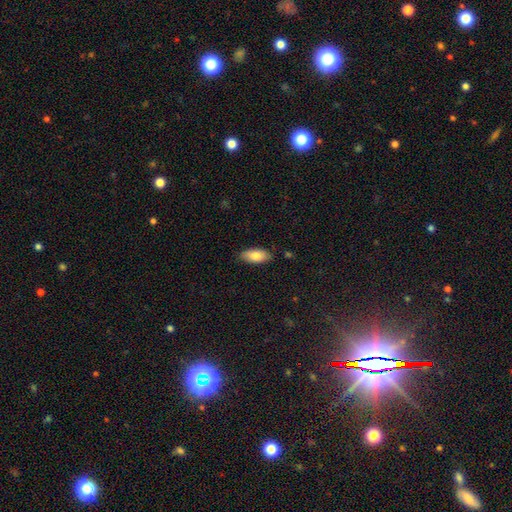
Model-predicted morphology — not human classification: A smooth galaxy with no disk features (84%) that is in between round and cigar-shaped (89%).

Vote fractions:
- Smooth or featured? smooth: 84% / featured or disk: 10% / star or artifact: 7%
- How rounded? in between: 89% / cigar-shaped: 9% / round: 2%
- Merging? none: 84% / minor disturbance: 12% / major disturbance: 2% / merger: 1%